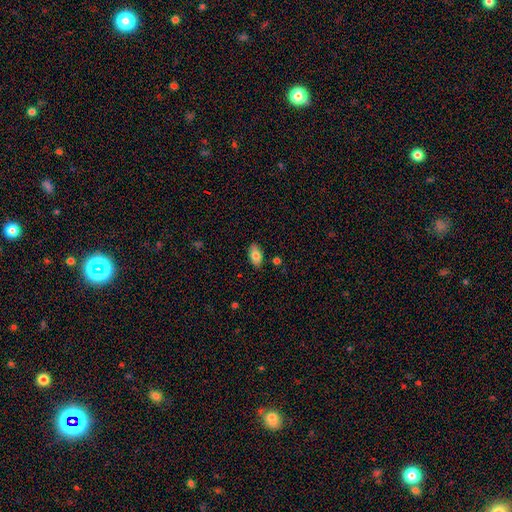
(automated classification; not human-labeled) smooth 77%, featured or disk 16%, star or artifact 7%. Down the decision tree: how rounded — in between (92%); merging — none (85%).